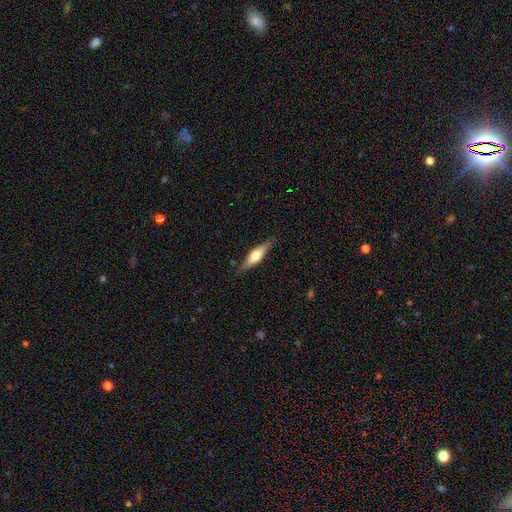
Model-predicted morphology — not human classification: Smooth or featured? featured or disk (48%)
Merging? none (84%)